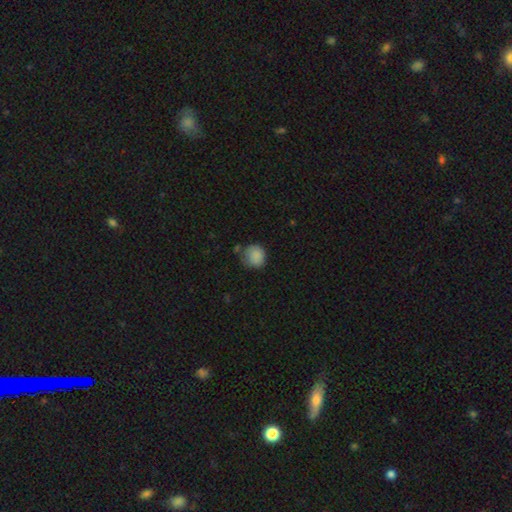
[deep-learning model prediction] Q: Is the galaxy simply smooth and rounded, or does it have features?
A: smooth — 86%.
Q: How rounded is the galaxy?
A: round — 84%.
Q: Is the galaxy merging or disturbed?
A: none — 63%.